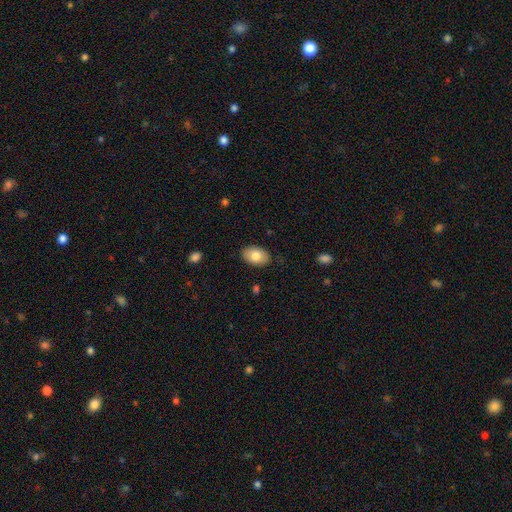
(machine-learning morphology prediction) Smooth or featured: smooth — 80% (featured or disk — 13%)
How rounded: in between — 89% (round — 10%)
Merging: none — 86% (minor disturbance — 11%)